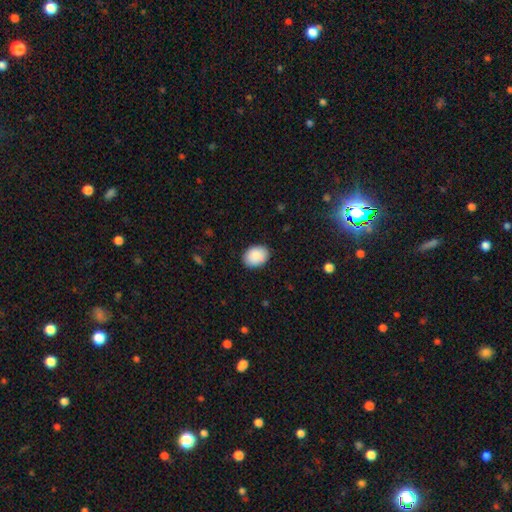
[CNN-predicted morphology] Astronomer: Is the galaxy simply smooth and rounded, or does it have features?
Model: smooth — 89%.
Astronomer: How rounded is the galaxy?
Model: in between — 69%.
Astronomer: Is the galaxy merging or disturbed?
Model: none — 87%.